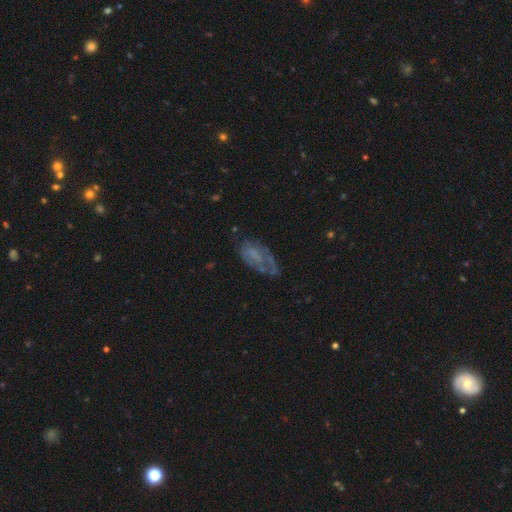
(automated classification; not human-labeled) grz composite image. It shows a featured or disk galaxy (47%). Merging: none (42%).